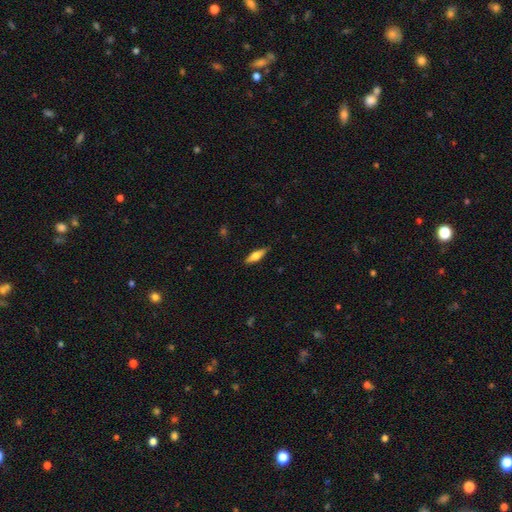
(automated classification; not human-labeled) smooth 58%, featured or disk 36%, star or artifact 6%. Down the decision tree: how rounded — cigar-shaped (54%); merging — none (85%).